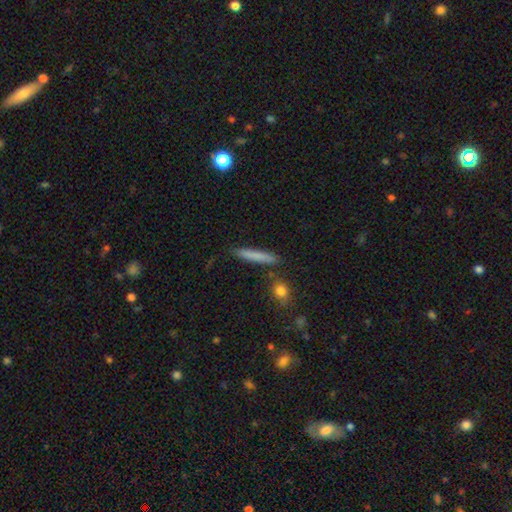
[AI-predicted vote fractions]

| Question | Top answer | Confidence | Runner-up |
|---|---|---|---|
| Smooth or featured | smooth | 76% | featured or disk (17%) |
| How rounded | cigar-shaped | 93% | in between (5%) |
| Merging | none | 85% | minor disturbance (9%) |